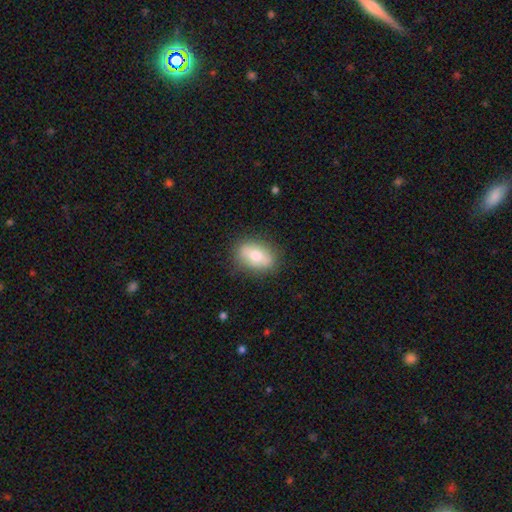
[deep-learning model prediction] smooth 71%, featured or disk 22%, star or artifact 7%. Down the decision tree: how rounded — in between (83%); merging — none (82%).